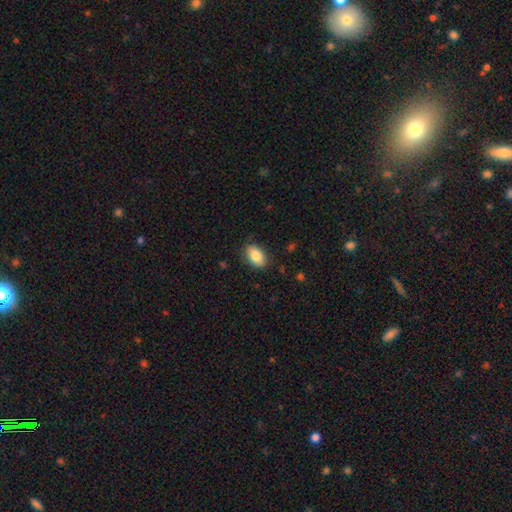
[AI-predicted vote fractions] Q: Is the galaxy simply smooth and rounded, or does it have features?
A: smooth — 84%.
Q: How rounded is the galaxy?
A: in between — 90%.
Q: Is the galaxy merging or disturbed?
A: none — 84%.